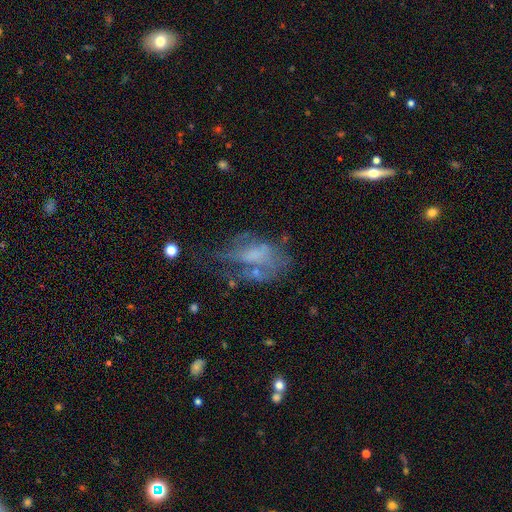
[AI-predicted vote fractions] Smooth or featured? featured or disk (52%)
Edge-on disk? no (95%)
Merging? major disturbance (39%)